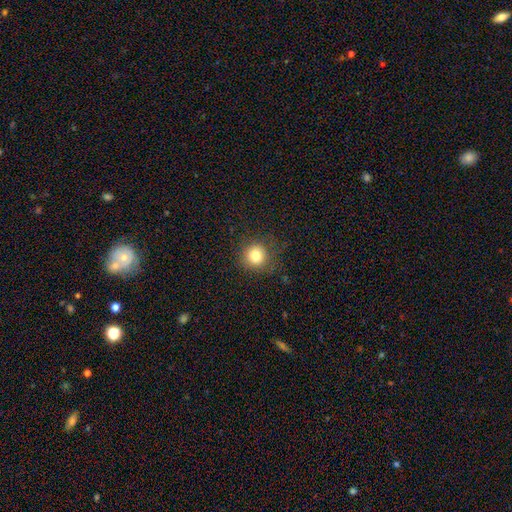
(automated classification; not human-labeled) Q: Smooth or featured?
A: smooth (80%); runner-up: star or artifact (12%)
Q: How rounded?
A: round (91%); runner-up: in between (8%)
Q: Merging?
A: none (82%); runner-up: minor disturbance (12%)